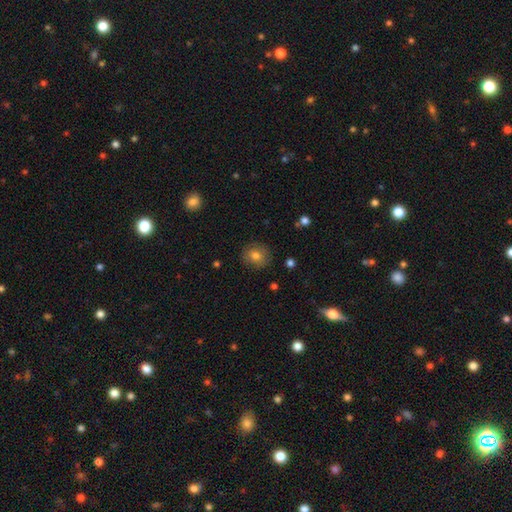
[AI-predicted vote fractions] This is likely a smooth galaxy (78%). How rounded: clearly round (83%). Merging: clearly none (86%).